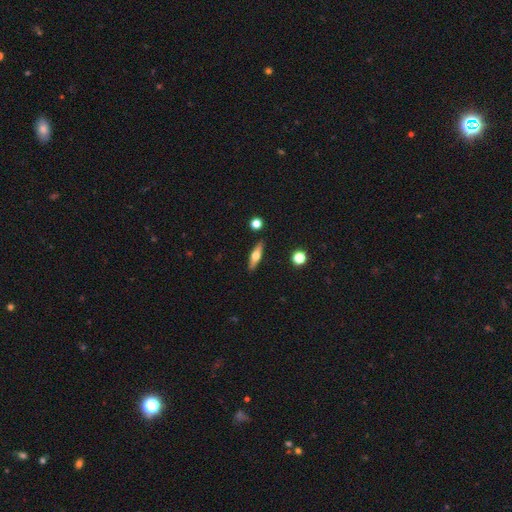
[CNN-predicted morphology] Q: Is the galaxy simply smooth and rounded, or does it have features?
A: featured or disk — 50%.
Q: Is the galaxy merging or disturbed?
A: none — 88%.